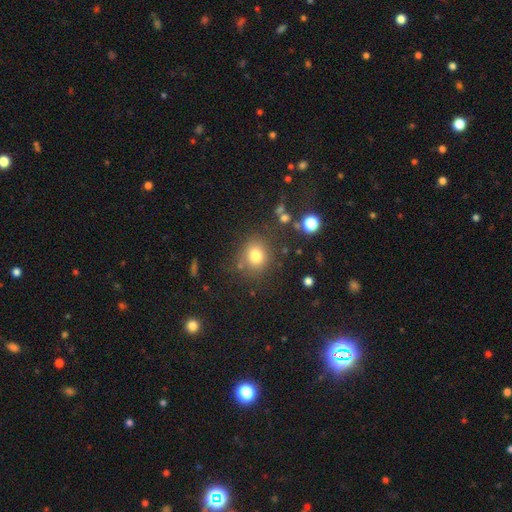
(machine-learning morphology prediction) Smooth or featured? Predicted: smooth (p=0.78). How rounded? Predicted: round (p=0.78). Merging? Predicted: none (p=0.77).